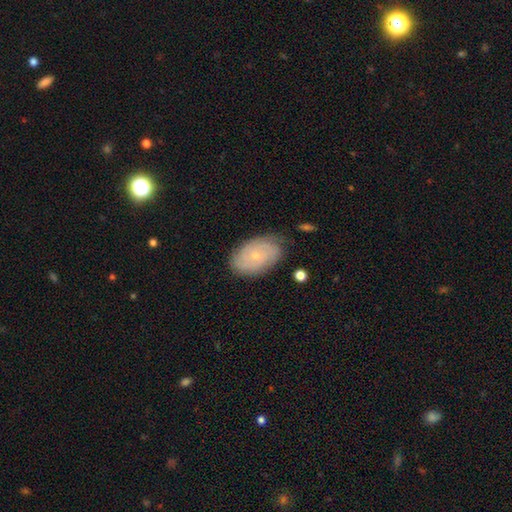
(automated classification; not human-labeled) Overall: featured or disk (57%; smooth 35%). Edge-on disk: no (95%). Bar: no (79%). Spiral arms: yes (83%). Bulge size: small (79%). Merging: none (76%).